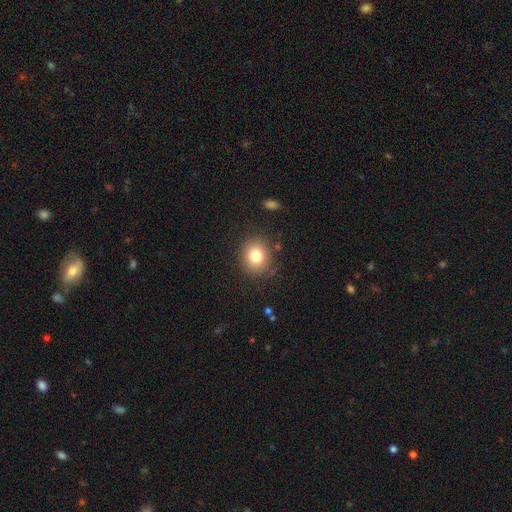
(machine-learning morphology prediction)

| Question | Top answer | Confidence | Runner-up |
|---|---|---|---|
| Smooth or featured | smooth | 80% | star or artifact (11%) |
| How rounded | round | 73% | in between (26%) |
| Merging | none | 84% | minor disturbance (11%) |